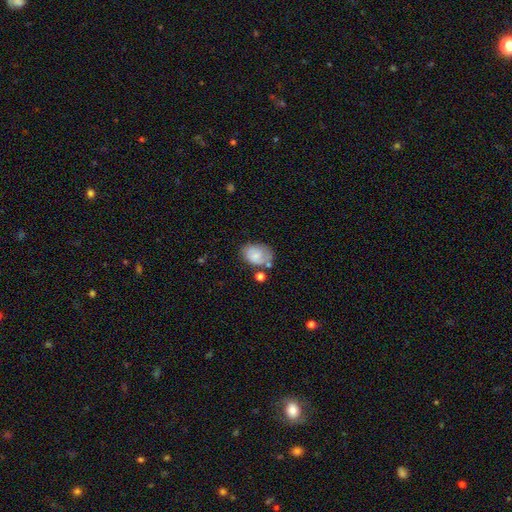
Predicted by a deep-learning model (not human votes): A smooth galaxy with no disk features (69%) that is in between round and cigar-shaped (76%). Merging: none (50%).